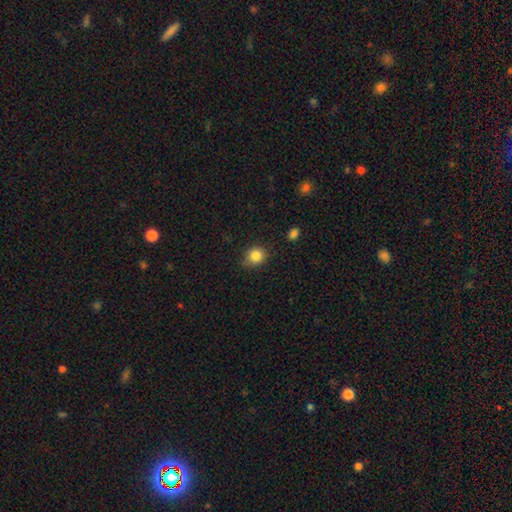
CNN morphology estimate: A smooth galaxy with no disk features (84%) that is round (76%). Merging: none (76%).